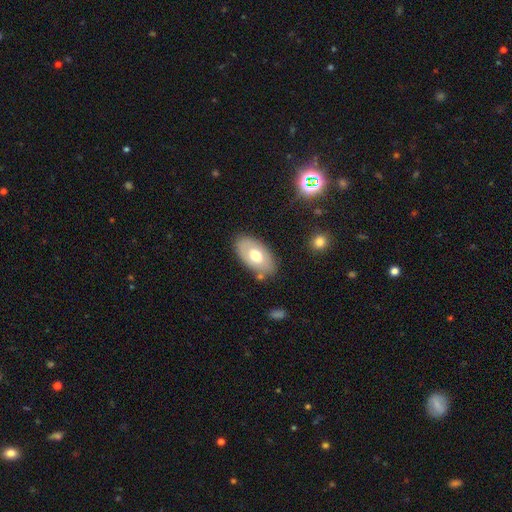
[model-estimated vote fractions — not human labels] Smooth or featured? Predicted: smooth (p=0.59). How rounded? Predicted: in between (p=0.93). Merging? Predicted: none (p=0.79).